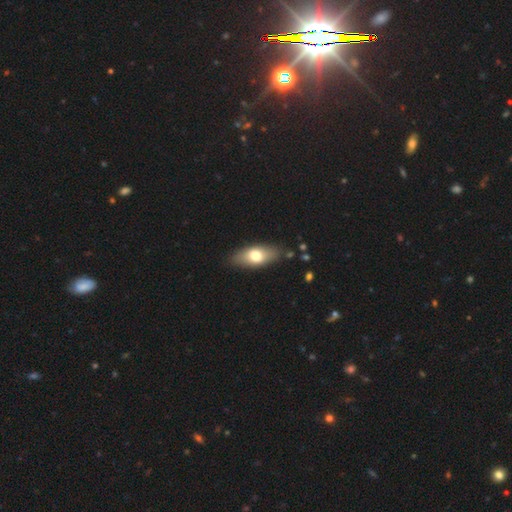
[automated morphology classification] A smooth galaxy with no disk features (67%) that is in between round and cigar-shaped (80%). Merging: none (84%).